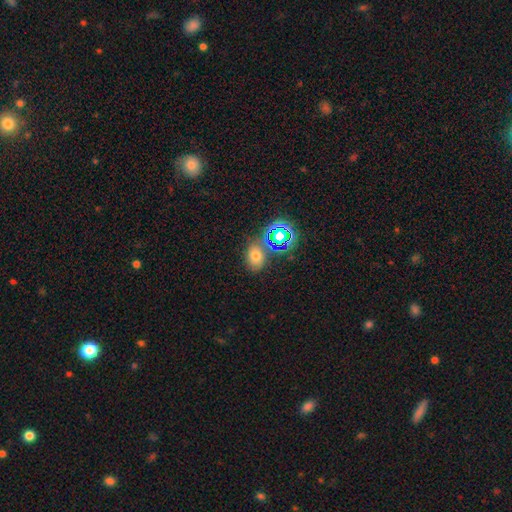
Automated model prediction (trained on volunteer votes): Smooth or featured: smooth — 60% (star or artifact — 29%)
How rounded: in between — 62% (round — 37%)
Merging: none — 69% (minor disturbance — 13%)